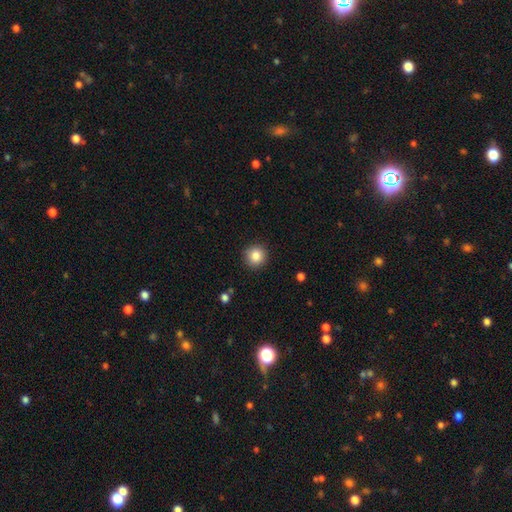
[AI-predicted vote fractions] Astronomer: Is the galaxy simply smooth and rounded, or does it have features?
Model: smooth — 85%.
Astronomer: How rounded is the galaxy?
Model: round — 94%.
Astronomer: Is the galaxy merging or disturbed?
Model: none — 91%.